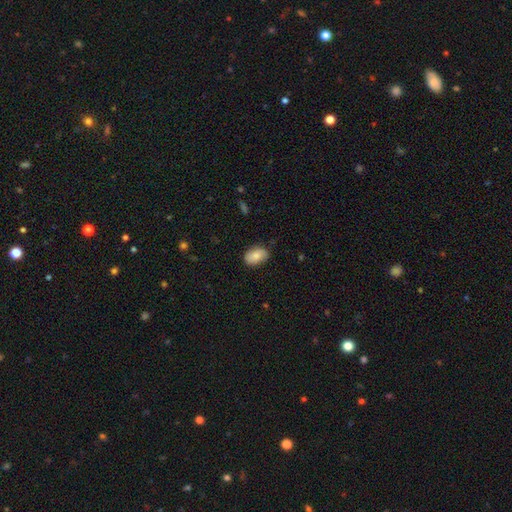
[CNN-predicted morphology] The model was most divided on "merging": none: 77%, minor disturbance: 19%, major disturbance: 3%, merger: 1%. More confident: how rounded — in between (89%); smooth or featured — smooth (77%).